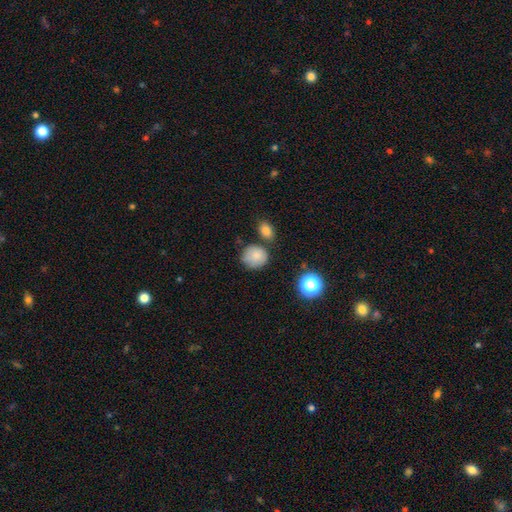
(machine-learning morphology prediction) Smooth or featured? smooth (83%)
How rounded? round (78%)
Merging? none (64%)